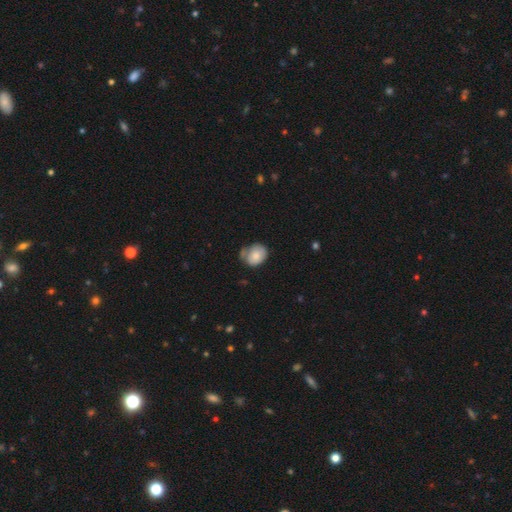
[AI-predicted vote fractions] A smooth galaxy with no disk features (77%) that is in between round and cigar-shaped (50%).

Vote fractions:
- Smooth or featured? smooth: 77% / featured or disk: 16% / star or artifact: 7%
- How rounded? in between: 50% / round: 49% / cigar-shaped: 1%
- Merging? none: 48% / minor disturbance: 31% / merger: 12% / major disturbance: 9%